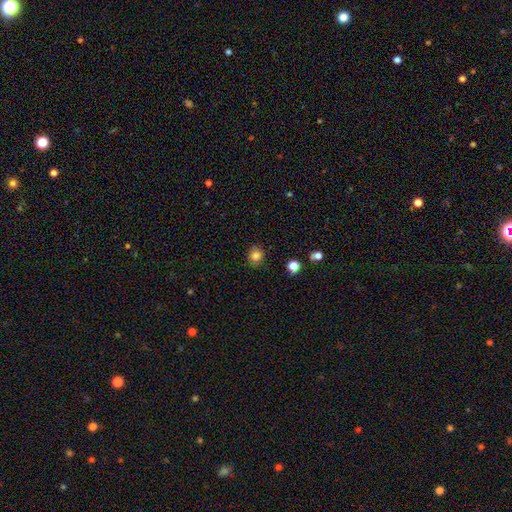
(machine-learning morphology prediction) smooth_or_featured: smooth (p=0.83) [alt: star or artifact p=0.12]
how_rounded: round (p=0.79) [alt: in between p=0.20]
merging: none (p=0.85) [alt: minor disturbance p=0.11]